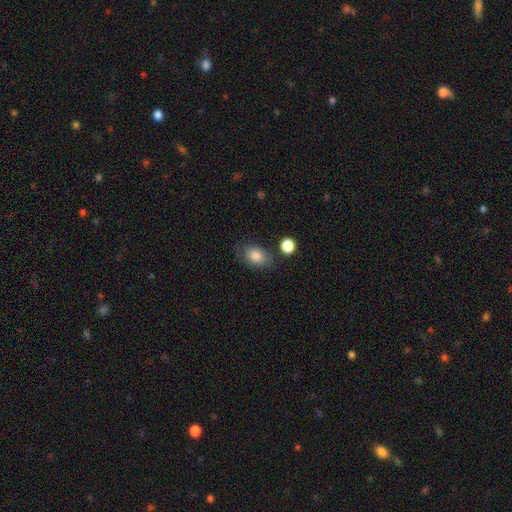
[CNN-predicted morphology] smooth_or_featured: smooth (p=0.83) [alt: featured or disk p=0.09]
how_rounded: in between (p=0.80) [alt: round p=0.19]
merging: none (p=0.68) [alt: minor disturbance p=0.20]